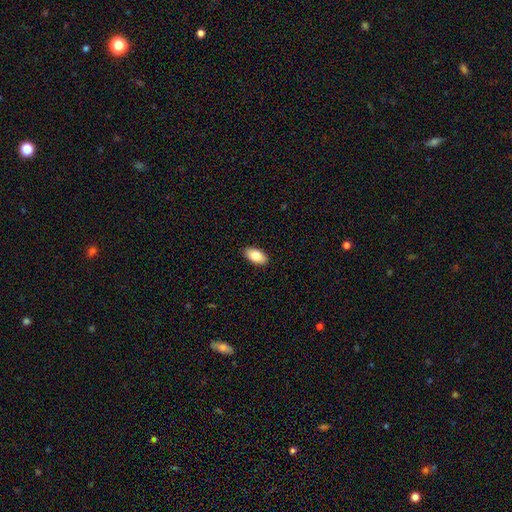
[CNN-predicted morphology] Smooth or featured: smooth — 81% (featured or disk — 12%)
How rounded: in between — 93% (round — 3%)
Merging: none — 90% (minor disturbance — 7%)